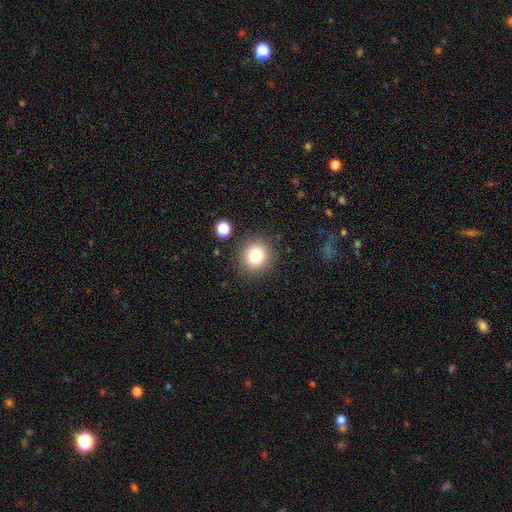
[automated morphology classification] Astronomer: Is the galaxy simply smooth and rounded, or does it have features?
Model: smooth — 80%.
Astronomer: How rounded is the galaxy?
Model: round — 90%.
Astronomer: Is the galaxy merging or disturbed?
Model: none — 87%.